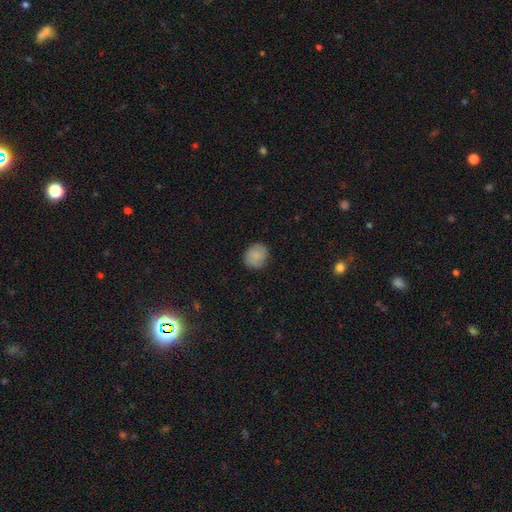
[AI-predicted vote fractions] Smooth or featured?
  - smooth: 84% *
  - featured or disk: 9%
  - star or artifact: 7%
How rounded?
  - round: 78% *
  - in between: 21%
  - cigar-shaped: 1%
Merging?
  - none: 86% *
  - minor disturbance: 11%
  - major disturbance: 2%
  - merger: 1%